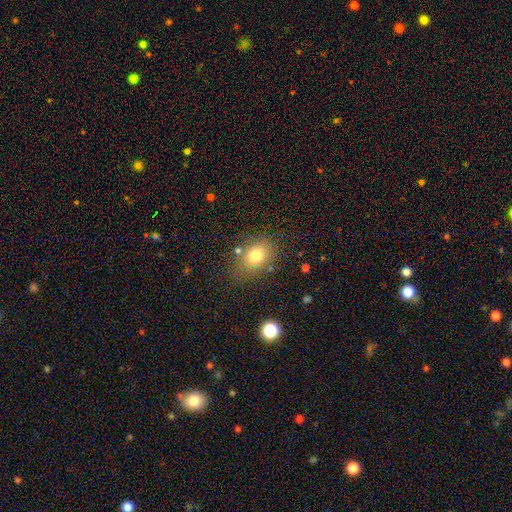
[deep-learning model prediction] Smooth or featured? smooth (74%)
How rounded? in between (57%)
Merging? none (73%)